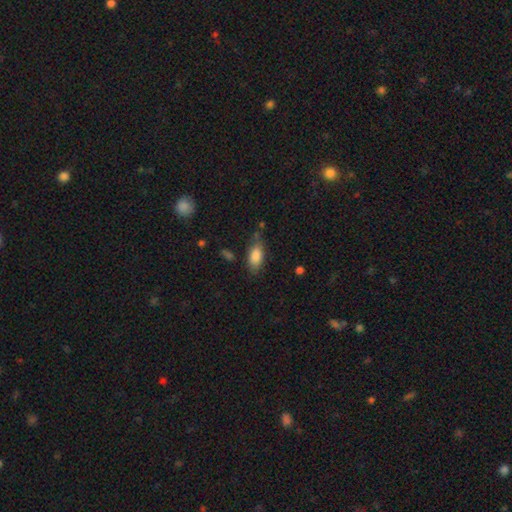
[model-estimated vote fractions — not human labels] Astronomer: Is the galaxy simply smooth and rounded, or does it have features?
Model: smooth — 84%.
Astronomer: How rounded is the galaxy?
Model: in between — 88%.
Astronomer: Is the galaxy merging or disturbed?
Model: none — 63%.